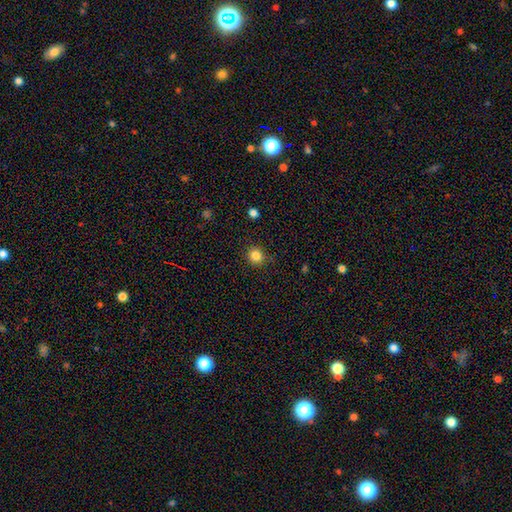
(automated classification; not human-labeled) Overall: smooth (84%). How rounded: round (89%). Merging: none (86%).